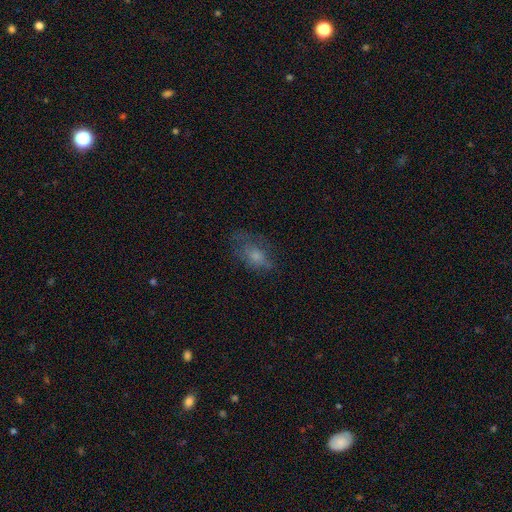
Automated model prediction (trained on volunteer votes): Smooth or featured? Predicted: smooth (p=0.56). How rounded? Predicted: in between (p=0.82). Merging? Predicted: none (p=0.52).